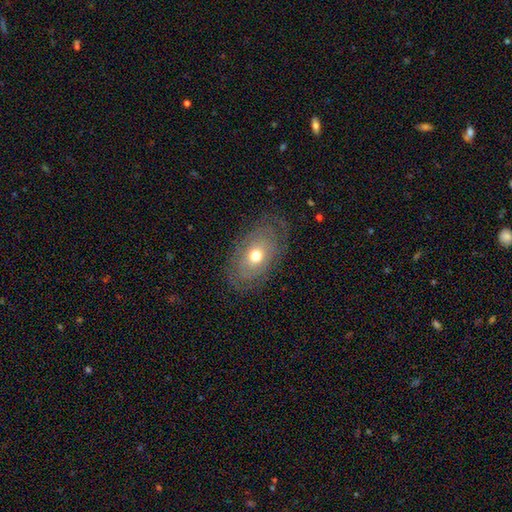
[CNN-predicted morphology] Smooth or featured?
  - featured or disk: 51% *
  - smooth: 41%
  - star or artifact: 8%
Edge-on disk?
  - no: 90% *
  - yes: 10%
Merging?
  - none: 75% *
  - minor disturbance: 16%
  - major disturbance: 8%
  - merger: 1%